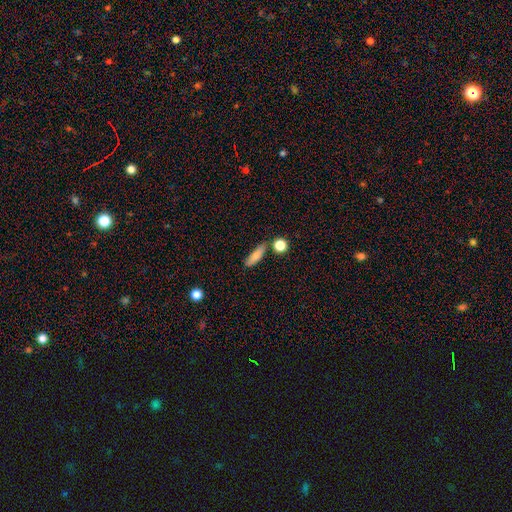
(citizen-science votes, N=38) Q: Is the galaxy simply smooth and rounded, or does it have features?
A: smooth — 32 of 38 (84%).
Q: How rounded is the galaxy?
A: in between — 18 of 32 (56%).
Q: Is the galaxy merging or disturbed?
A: none — 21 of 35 (60%).